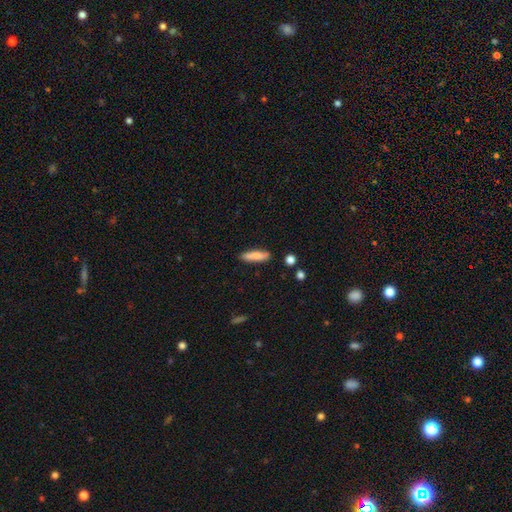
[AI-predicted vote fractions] This appears to be a smooth galaxy with no disk features (80%) that is cigar-shaped (69%). Merging: none (85%).